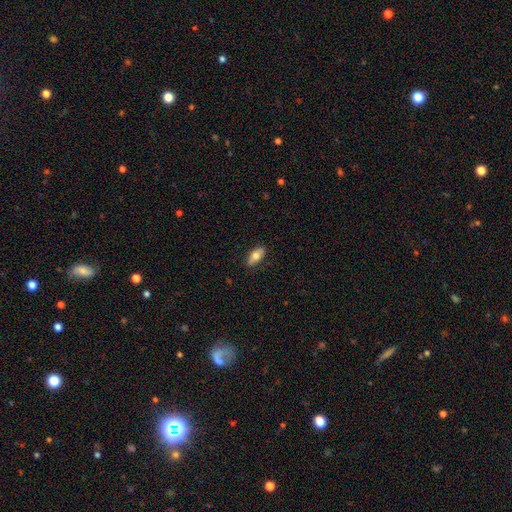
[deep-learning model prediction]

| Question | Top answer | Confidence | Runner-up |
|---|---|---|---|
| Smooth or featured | smooth | 72% | featured or disk (21%) |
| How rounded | in between | 85% | cigar-shaped (11%) |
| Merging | none | 86% | minor disturbance (11%) |